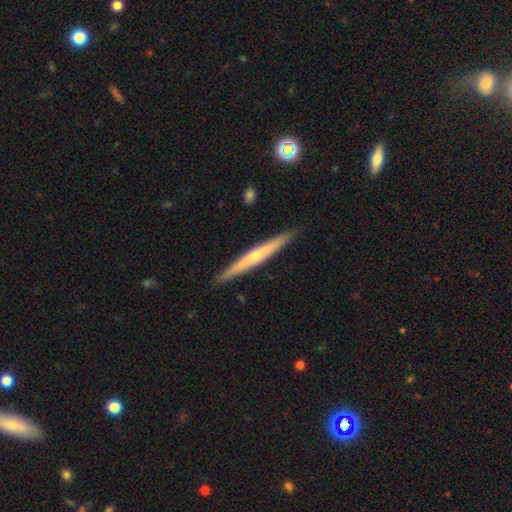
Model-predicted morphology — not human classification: This is likely a featured or disk galaxy (64%). It is clearly viewed edge-on (97%). Edge-on bulge: likely rounded (61%). Merging: clearly none (91%).